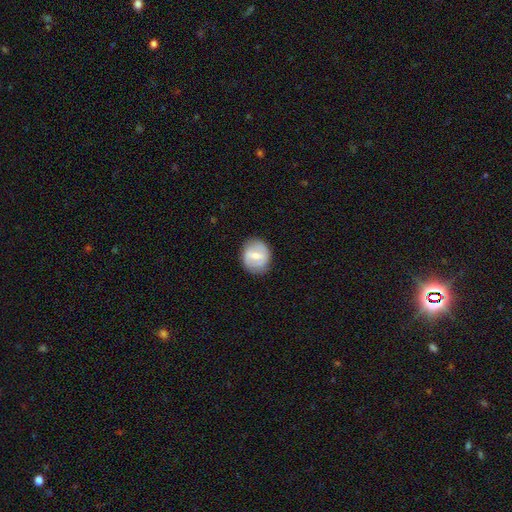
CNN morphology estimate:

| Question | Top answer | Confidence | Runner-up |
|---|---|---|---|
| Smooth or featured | smooth | 55% | featured or disk (38%) |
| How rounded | round | 64% | in between (35%) |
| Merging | none | 80% | minor disturbance (14%) |